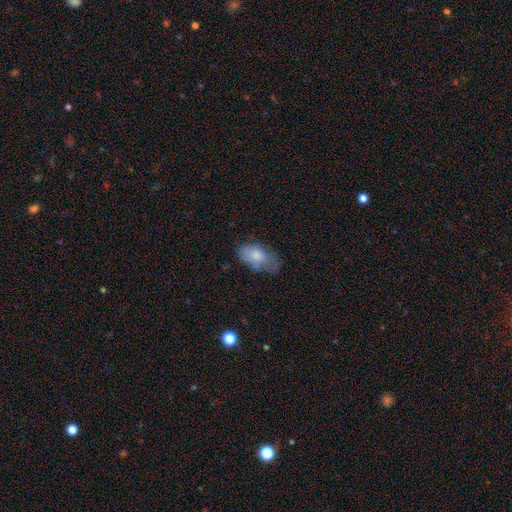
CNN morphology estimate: Smooth or featured?
  - smooth: 74% *
  - featured or disk: 19%
  - star or artifact: 7%
How rounded?
  - in between: 93% *
  - round: 5%
  - cigar-shaped: 2%
Merging?
  - none: 44% *
  - minor disturbance: 36%
  - major disturbance: 18%
  - merger: 2%